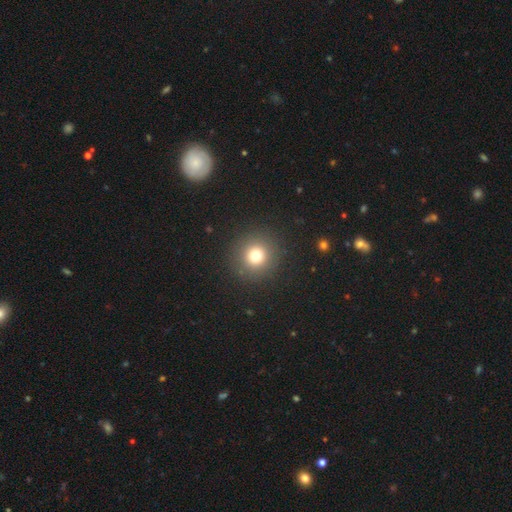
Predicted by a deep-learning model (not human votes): Smooth or featured? smooth (76%)
How rounded? round (94%)
Merging? none (91%)